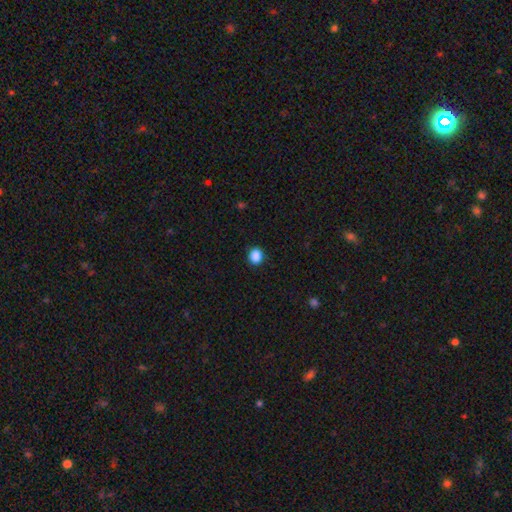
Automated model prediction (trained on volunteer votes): A smooth galaxy with no disk features (87%) that is round (70%).

Vote fractions:
- Smooth or featured? smooth: 87% / star or artifact: 11% / featured or disk: 3%
- How rounded? round: 70% / in between: 29% / cigar-shaped: 1%
- Merging? none: 89% / minor disturbance: 8% / major disturbance: 2% / merger: 1%